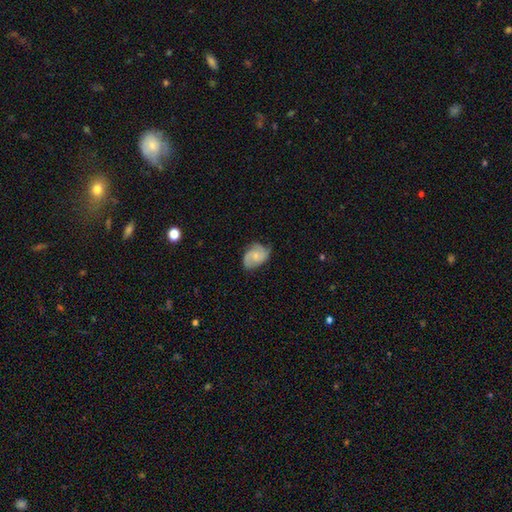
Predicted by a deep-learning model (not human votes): A featured or disk galaxy (60%) with no bar (68%), 2 (67%) medium (46%) spiral arms (92%) and a small central bulge (54%). Merging: none (63%).